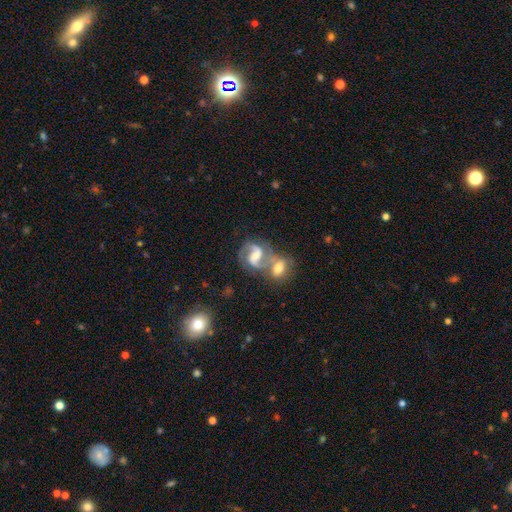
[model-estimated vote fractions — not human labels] Smooth or featured?
  - featured or disk: 84% *
  - smooth: 10%
  - star or artifact: 6%
Edge-on disk?
  - no: 98% *
  - yes: 2%
Bar?
  - weak: 48% *
  - strong: 29%
  - no: 24%
Spiral arms?
  - yes: 96% *
  - no: 4%
Spiral winding?
  - medium: 60% *
  - loose: 24%
  - tight: 16%
Spiral arm count?
  - 2: 91% *
  - can't tell: 3%
  - 1: 3%
  - 3: 1%
  - 4: 1%
  - more than 4: 1%
Bulge size?
  - moderate: 48% *
  - small: 31%
  - large: 10%
  - none: 9%
  - dominant: 2%
Merging?
  - merger: 51% *
  - none: 32%
  - minor disturbance: 10%
  - major disturbance: 6%